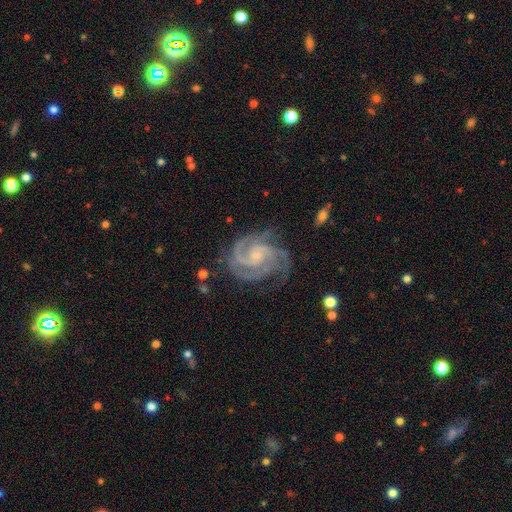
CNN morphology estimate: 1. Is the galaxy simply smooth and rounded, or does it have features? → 92% featured or disk, 4% star or artifact, 3% smooth.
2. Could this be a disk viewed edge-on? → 98% no, 2% yes.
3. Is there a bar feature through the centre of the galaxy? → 62% no, 31% weak, 7% strong.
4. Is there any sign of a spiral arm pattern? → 99% yes, 1% no.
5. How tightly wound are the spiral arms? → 58% tight, 38% medium, 4% loose.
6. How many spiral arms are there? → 48% 3, 21% 2, 12% 4, 9% can't tell, 5% more than 4, 5% 1.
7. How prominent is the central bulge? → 71% small, 17% moderate, 10% none, 1% large, 1% dominant.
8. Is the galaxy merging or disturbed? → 71% none, 18% minor disturbance, 9% major disturbance, 2% merger.